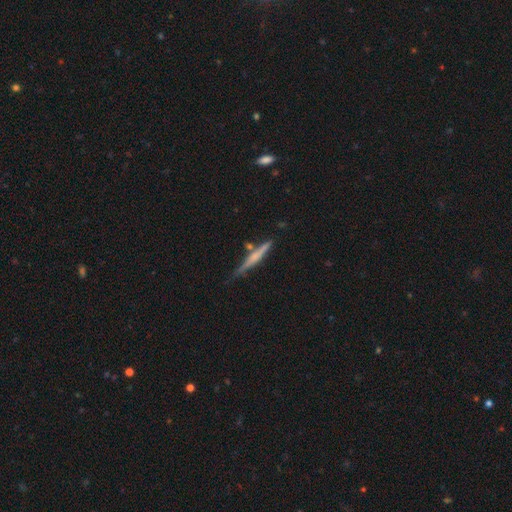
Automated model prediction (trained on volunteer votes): Morphology: type=featured or disk (55%); edge-on=yes (96%); edge-on bulge=rounded (50%); merging=none (71%).